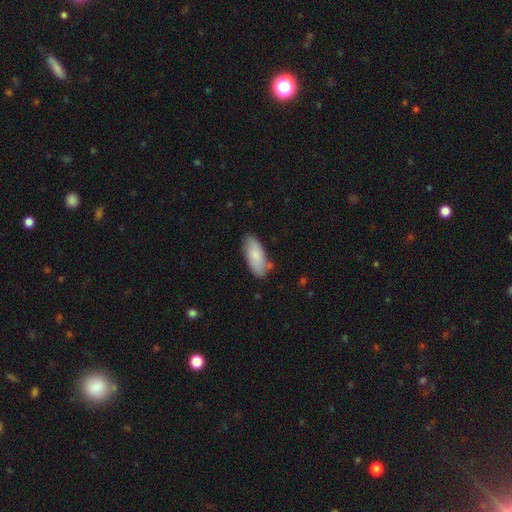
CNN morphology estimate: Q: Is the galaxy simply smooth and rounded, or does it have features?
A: smooth — 82%.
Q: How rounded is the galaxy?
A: in between — 86%.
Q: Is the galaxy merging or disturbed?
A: none — 75%.